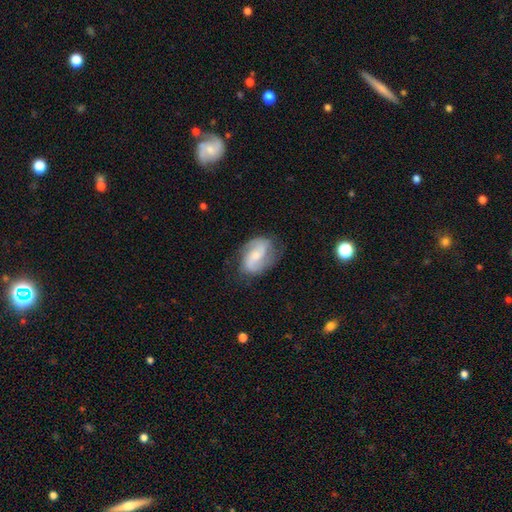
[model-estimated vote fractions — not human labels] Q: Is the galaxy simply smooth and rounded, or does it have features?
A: featured or disk — 76%.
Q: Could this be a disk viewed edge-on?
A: no — 97%.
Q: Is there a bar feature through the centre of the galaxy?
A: weak — 44%.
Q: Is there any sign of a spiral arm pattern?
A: yes — 94%.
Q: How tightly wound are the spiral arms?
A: medium — 46%.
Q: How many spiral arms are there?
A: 2 — 89%.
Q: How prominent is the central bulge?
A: small — 43%.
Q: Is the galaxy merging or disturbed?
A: none — 71%.